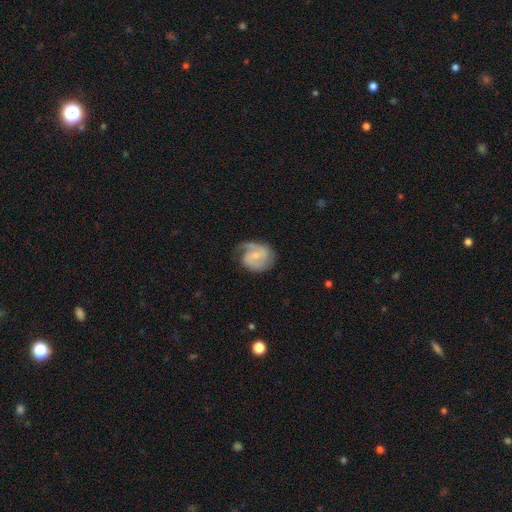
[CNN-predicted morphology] This appears to be a featured or disk galaxy (73%) with a weak bar (48%), 2 (55%) medium (46%) spiral arms (92%) and a small central bulge (59%). Merging: none (54%).